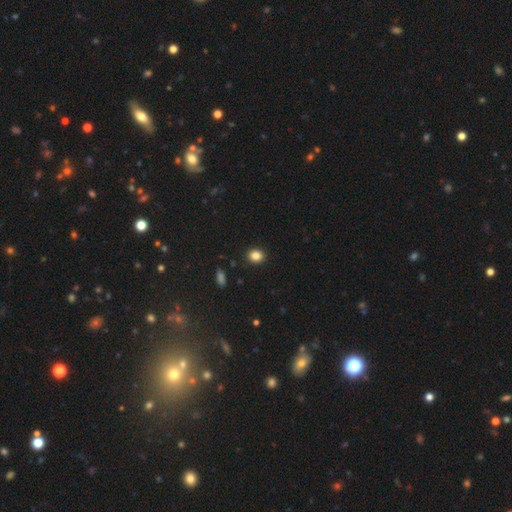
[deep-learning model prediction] Overall: smooth (85%). How rounded: round (62%; in between 37%). Merging: none (90%).